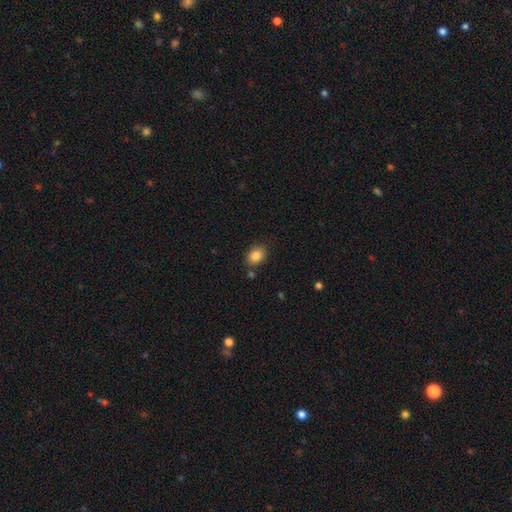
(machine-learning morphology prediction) Smooth or featured: smooth — 86% (star or artifact — 9%)
How rounded: in between — 72% (round — 27%)
Merging: none — 80% (minor disturbance — 12%)